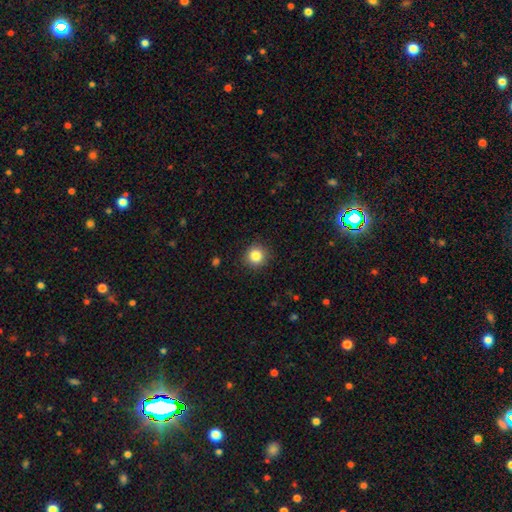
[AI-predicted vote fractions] Smooth or featured? Predicted: smooth (p=0.84). How rounded? Predicted: round (p=0.94). Merging? Predicted: none (p=0.91).